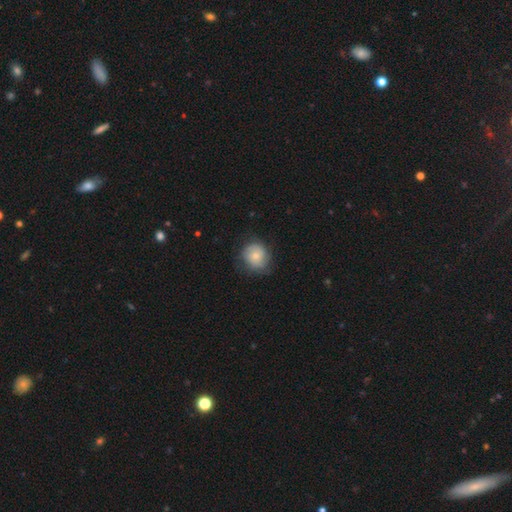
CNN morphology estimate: smooth_or_featured: smooth (p=0.62) [alt: featured or disk p=0.31]
how_rounded: round (p=0.83) [alt: in between p=0.16]
merging: none (p=0.68) [alt: minor disturbance p=0.23]